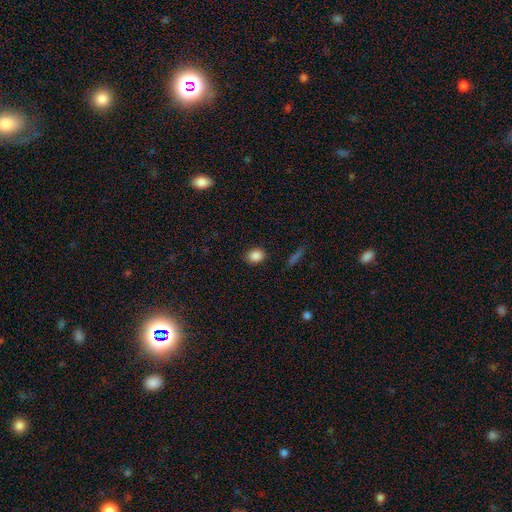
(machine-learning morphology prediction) Smooth or featured: smooth — 86% (star or artifact — 10%)
How rounded: round — 51% (in between — 48%)
Merging: none — 87% (minor disturbance — 9%)